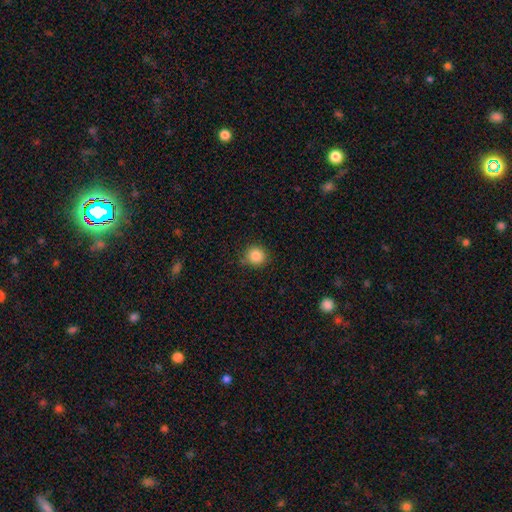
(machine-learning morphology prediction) Overall: smooth (86%). How rounded: round (89%). Merging: none (84%).